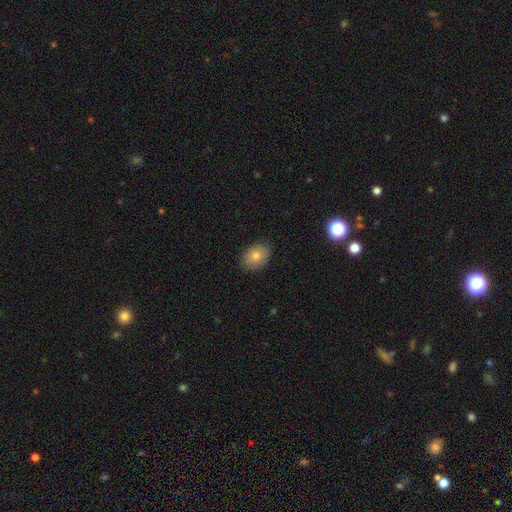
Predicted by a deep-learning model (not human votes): A smooth galaxy with no disk features (80%) that is in between round and cigar-shaped (72%). Merging: none (87%).